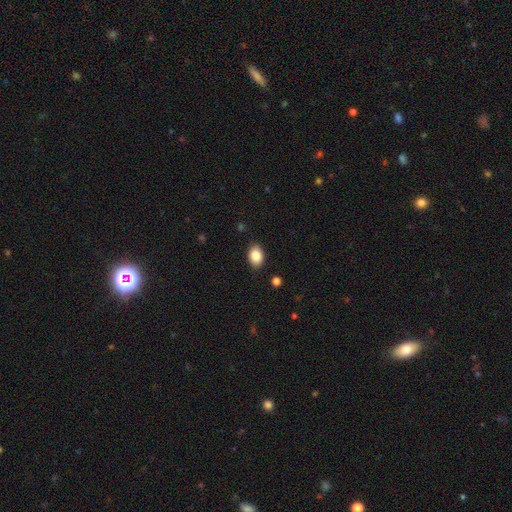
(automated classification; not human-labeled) Smooth or featured: smooth — 87% (star or artifact — 8%)
How rounded: in between — 81% (round — 17%)
Merging: none — 87% (minor disturbance — 9%)